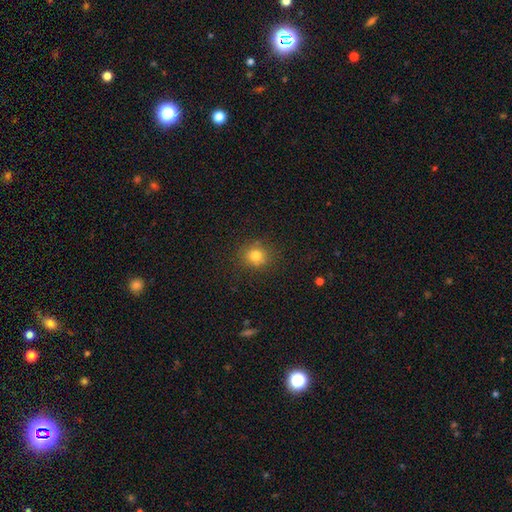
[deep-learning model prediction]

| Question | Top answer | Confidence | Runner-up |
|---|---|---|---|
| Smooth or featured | smooth | 79% | star or artifact (14%) |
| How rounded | round | 82% | in between (17%) |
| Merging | none | 84% | minor disturbance (10%) |